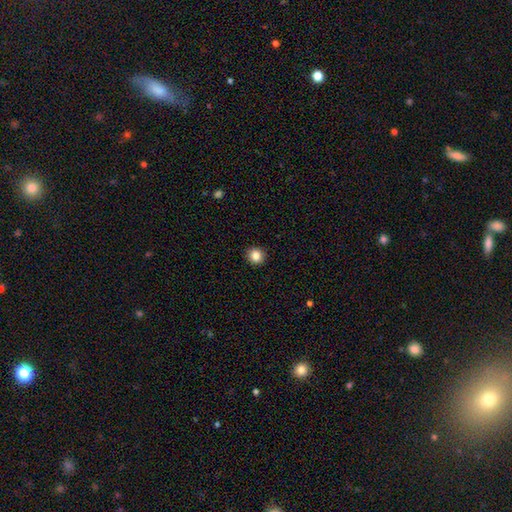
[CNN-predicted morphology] smooth_or_featured: smooth (p=0.85) [alt: star or artifact p=0.10]
how_rounded: round (p=0.92) [alt: in between p=0.07]
merging: none (p=0.93) [alt: minor disturbance p=0.05]